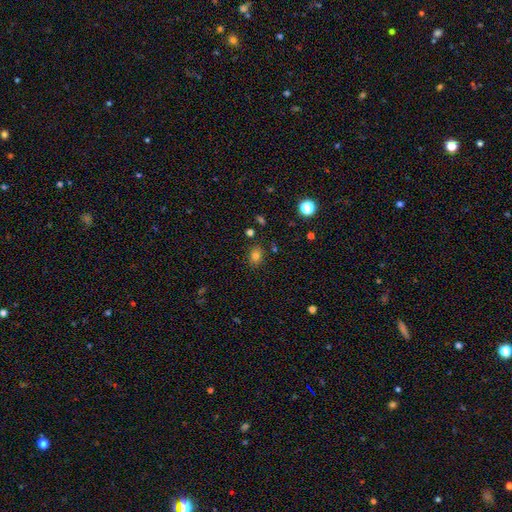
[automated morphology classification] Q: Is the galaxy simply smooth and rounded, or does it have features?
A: smooth — 78%.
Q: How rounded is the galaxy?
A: round — 50%.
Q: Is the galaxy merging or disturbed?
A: none — 81%.